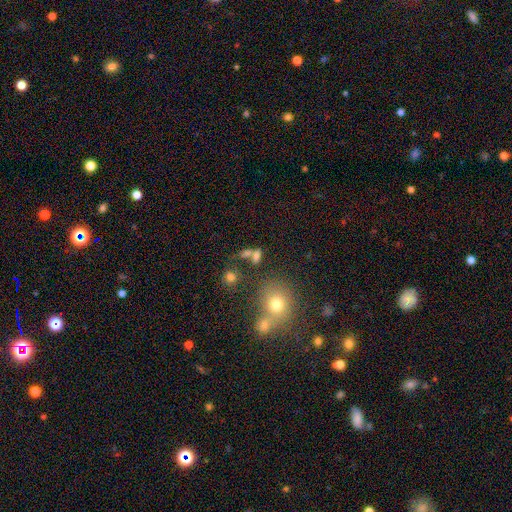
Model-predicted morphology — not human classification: smooth-or-featured: smooth: 67% | star or artifact: 19% | featured or disk: 14%
  how-rounded: in between: 56% | round: 36% | cigar-shaped: 8%
  merging: none: 47% | merger: 33% | minor disturbance: 12% | major disturbance: 8%